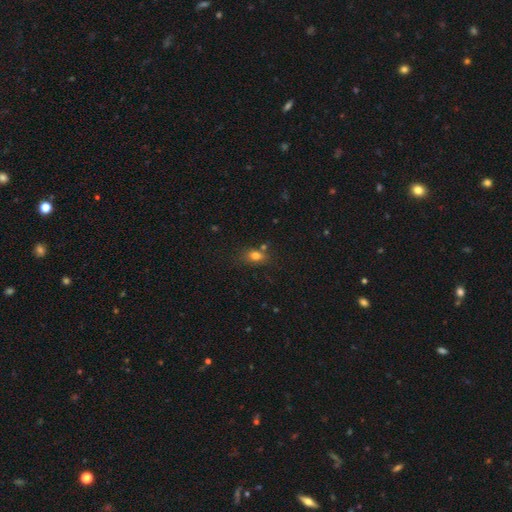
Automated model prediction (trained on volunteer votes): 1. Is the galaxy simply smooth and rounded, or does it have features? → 76% smooth, 13% star or artifact, 10% featured or disk.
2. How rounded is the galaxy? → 68% in between, 29% round, 3% cigar-shaped.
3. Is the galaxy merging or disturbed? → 64% none, 17% minor disturbance, 14% merger, 5% major disturbance.